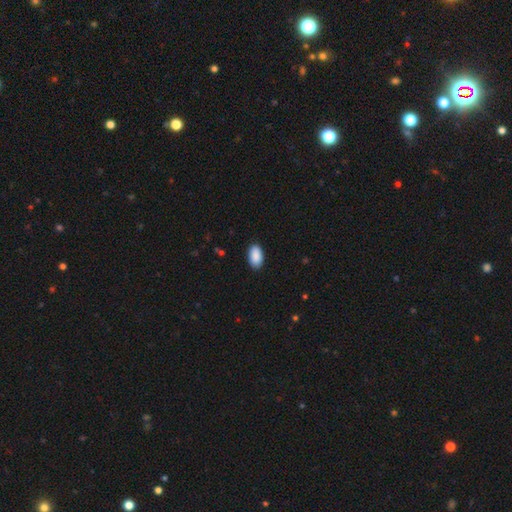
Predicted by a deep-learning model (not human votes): A smooth galaxy with no disk features (91%) that is in between round and cigar-shaped (95%).

Vote fractions:
- Smooth or featured? smooth: 91% / star or artifact: 6% / featured or disk: 3%
- How rounded? in between: 95% / round: 3% / cigar-shaped: 2%
- Merging? none: 88% / minor disturbance: 9% / major disturbance: 2% / merger: 1%